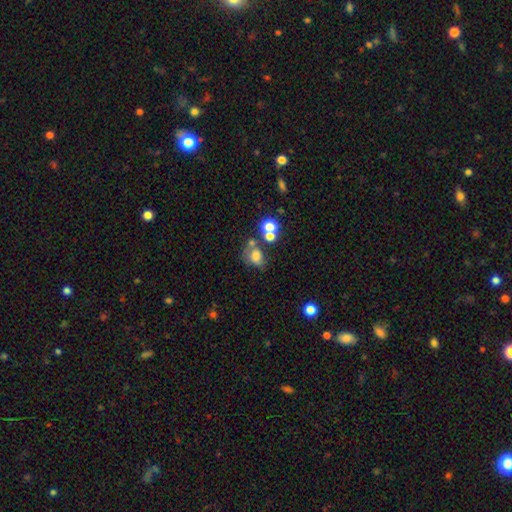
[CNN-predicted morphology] smooth-or-featured: smooth: 69% | star or artifact: 16% | featured or disk: 16%
  how-rounded: round: 49% (tied) | in between: 49% (tied) | cigar-shaped: 1%
  merging: none: 41% | merger: 28% | minor disturbance: 18% | major disturbance: 13%